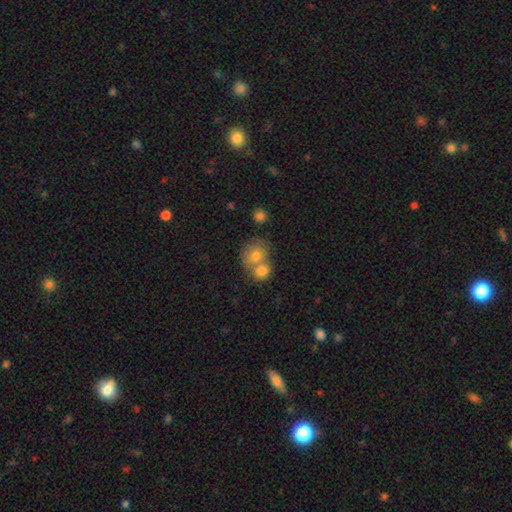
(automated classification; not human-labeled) This appears to be a smooth galaxy with no disk features (76%) that is round (67%). Merging: merger (58%).